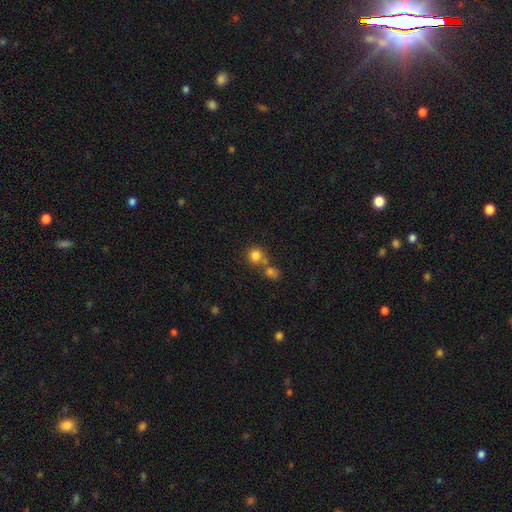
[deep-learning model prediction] smooth 80%, star or artifact 12%, featured or disk 8%. Down the decision tree: how rounded — round (88%); merging — none (55%).